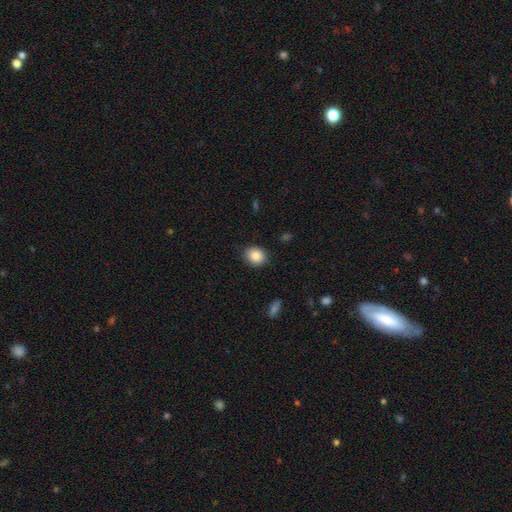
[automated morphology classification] Overall: smooth (86%). How rounded: round (63%; in between 36%). Merging: none (87%).